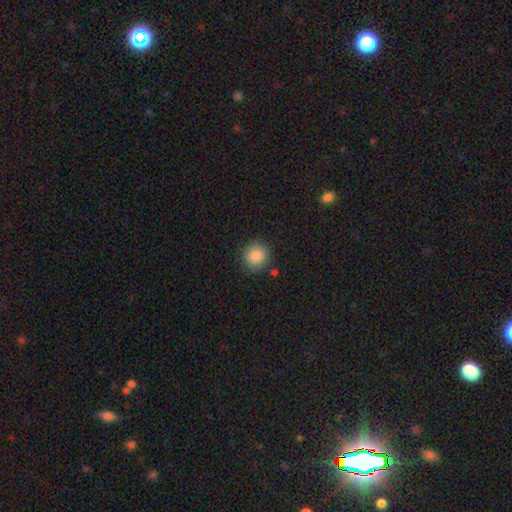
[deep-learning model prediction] smooth-or-featured: smooth: 86% | star or artifact: 9% | featured or disk: 5%
  how-rounded: round: 89% | in between: 10% | cigar-shaped: 1%
  merging: none: 86% | minor disturbance: 9% | merger: 3% | major disturbance: 3%